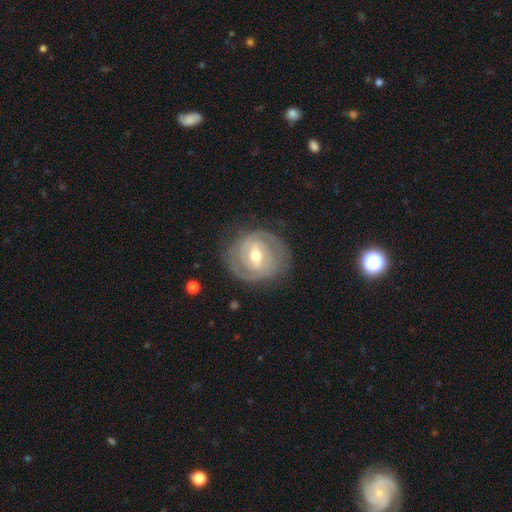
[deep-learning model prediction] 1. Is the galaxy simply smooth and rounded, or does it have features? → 81% featured or disk, 13% smooth, 5% star or artifact.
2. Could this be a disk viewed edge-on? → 97% no, 3% yes.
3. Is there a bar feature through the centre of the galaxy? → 50% weak, 27% strong, 23% no.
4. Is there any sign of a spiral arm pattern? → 86% yes, 14% no.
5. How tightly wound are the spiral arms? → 72% tight, 22% medium, 6% loose.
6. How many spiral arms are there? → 56% 2, 24% can't tell, 9% 3, 5% 1, 3% 4, 2% more than 4.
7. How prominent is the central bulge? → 72% moderate, 22% small, 4% large, 1% none, 1% dominant.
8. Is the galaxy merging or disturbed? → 79% none, 14% minor disturbance, 6% major disturbance, 1% merger.